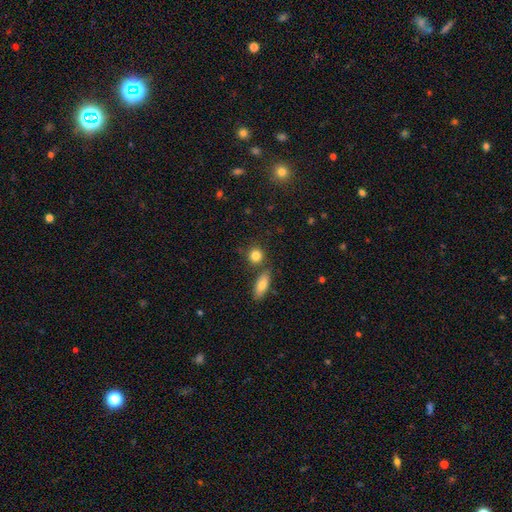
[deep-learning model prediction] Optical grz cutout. It shows a smooth galaxy with no disk features (83%) that is round (79%). Merging: none (72%).